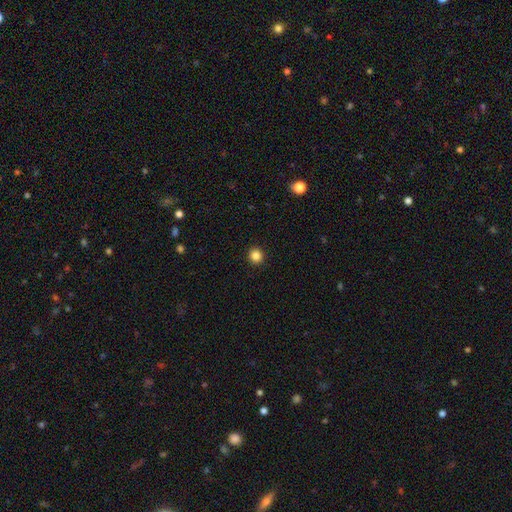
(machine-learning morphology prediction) Overall: smooth (85%). How rounded: round (95%). Merging: none (94%).